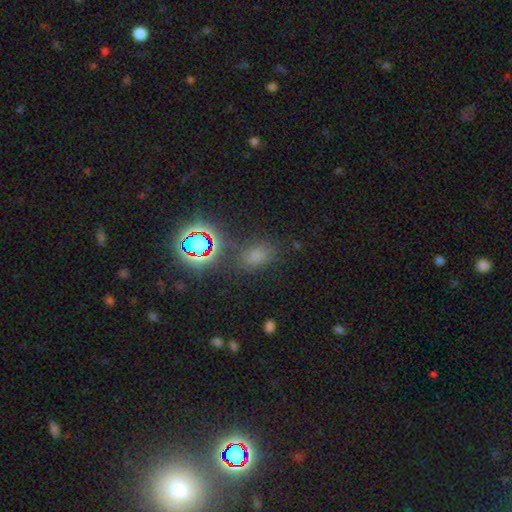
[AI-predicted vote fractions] Morphology: type=smooth (62%); roundness=in between (80%); merging=none (75%).